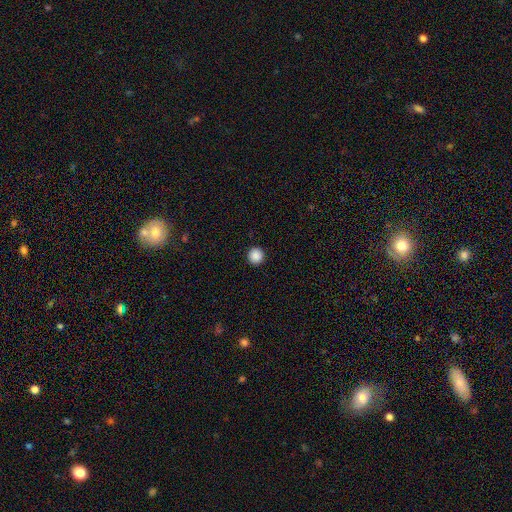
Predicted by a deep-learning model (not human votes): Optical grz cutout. It shows a smooth galaxy with no disk features (88%) that is round (95%). Merging: none (93%).